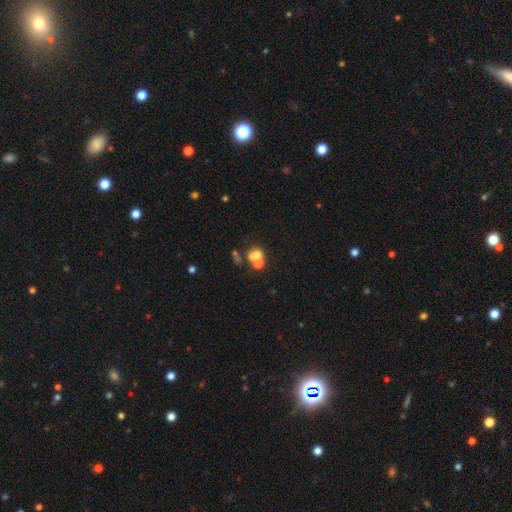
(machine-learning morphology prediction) Smooth or featured? smooth (60%)
How rounded? round (58%)
Merging? merger (54%)